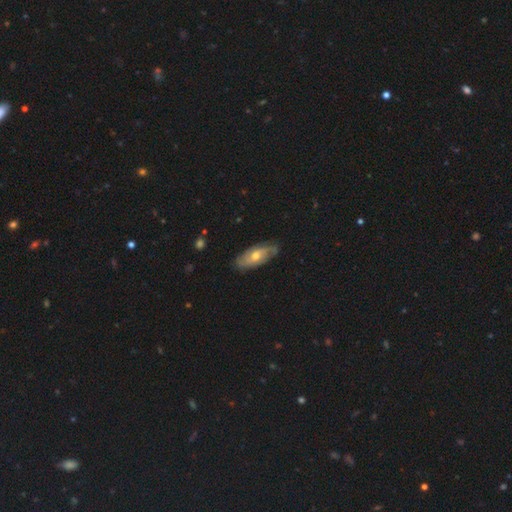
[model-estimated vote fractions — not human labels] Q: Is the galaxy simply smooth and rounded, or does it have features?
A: featured or disk — 67%.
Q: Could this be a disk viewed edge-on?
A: no — 84%.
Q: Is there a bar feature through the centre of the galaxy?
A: no — 67%.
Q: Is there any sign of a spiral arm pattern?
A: yes — 84%.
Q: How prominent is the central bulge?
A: moderate — 67%.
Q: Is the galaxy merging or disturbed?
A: none — 78%.